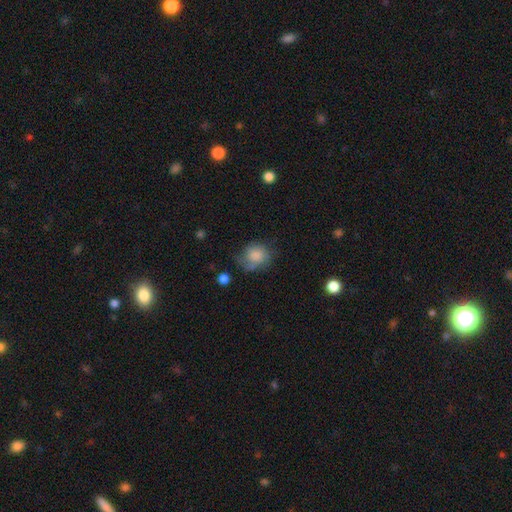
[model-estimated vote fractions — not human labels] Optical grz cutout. It shows a smooth galaxy with no disk features (78%) that is round (68%). Merging: none (48%).